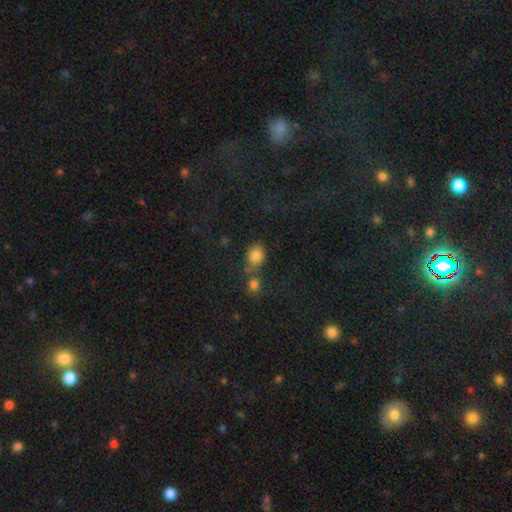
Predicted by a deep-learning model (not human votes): Smooth or featured?
  - smooth: 81% *
  - star or artifact: 13%
  - featured or disk: 6%
How rounded?
  - in between: 52% *
  - round: 47%
  - cigar-shaped: 1%
Merging?
  - none: 55% *
  - merger: 26%
  - minor disturbance: 13%
  - major disturbance: 5%